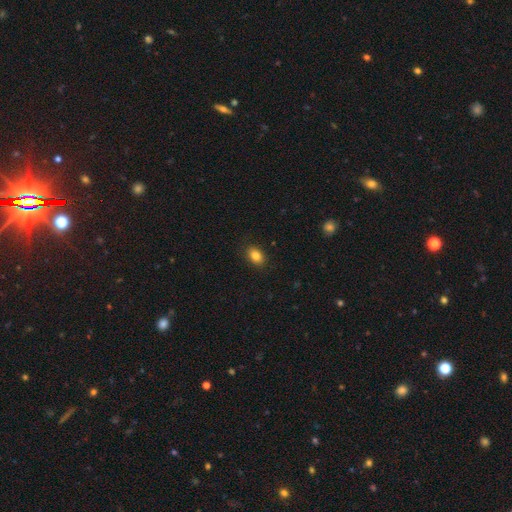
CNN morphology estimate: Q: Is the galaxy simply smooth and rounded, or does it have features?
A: smooth — 84%.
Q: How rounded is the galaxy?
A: in between — 79%.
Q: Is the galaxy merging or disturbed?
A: none — 89%.